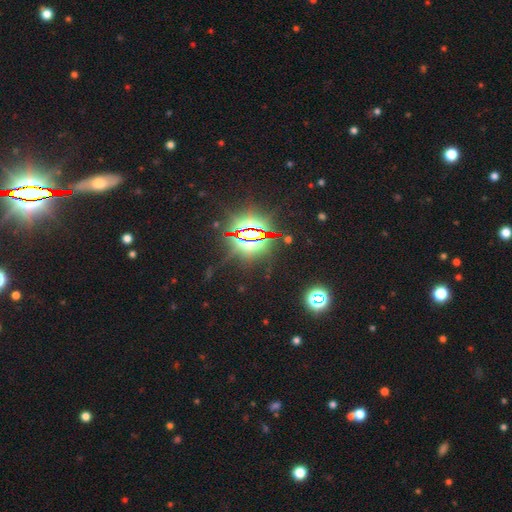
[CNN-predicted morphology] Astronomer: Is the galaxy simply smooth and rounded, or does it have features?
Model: star or artifact — 85%.